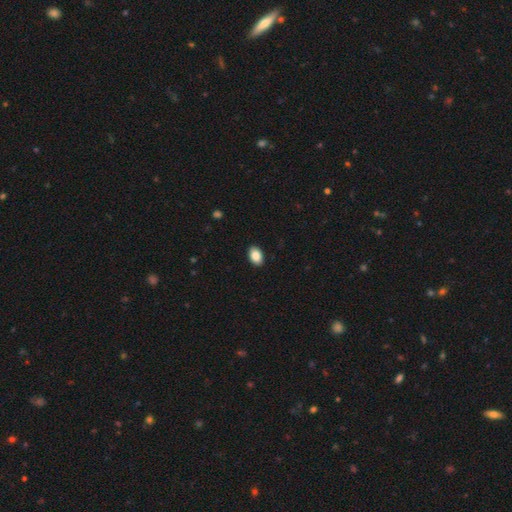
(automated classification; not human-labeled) A smooth galaxy with no disk features (87%) that is in between round and cigar-shaped (88%). Merging: none (91%).